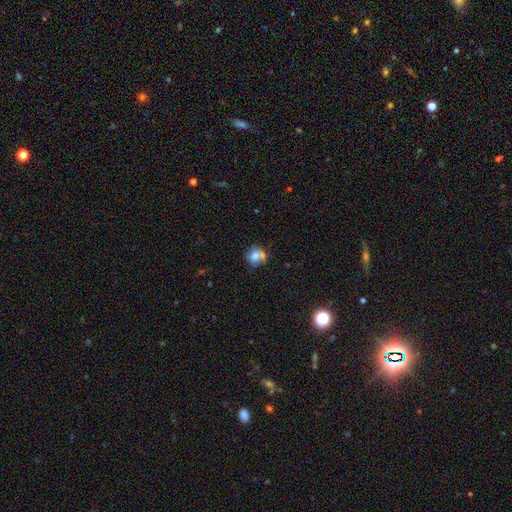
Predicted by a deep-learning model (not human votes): A smooth galaxy with no disk features (70%) that is round (76%). Merging: none (50%).